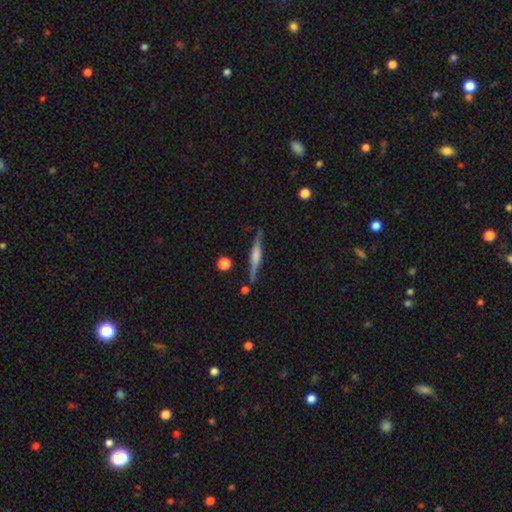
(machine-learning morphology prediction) Smooth or featured? Predicted: featured or disk (p=0.76). Edge-on disk? Predicted: yes (p=0.98). Edge-on bulge? Predicted: rounded (p=0.67). Merging? Predicted: none (p=0.87).